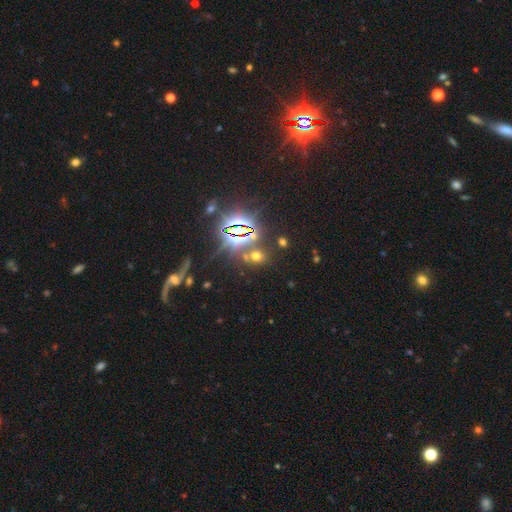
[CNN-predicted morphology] Overall: star or artifact (51%; smooth 40%).